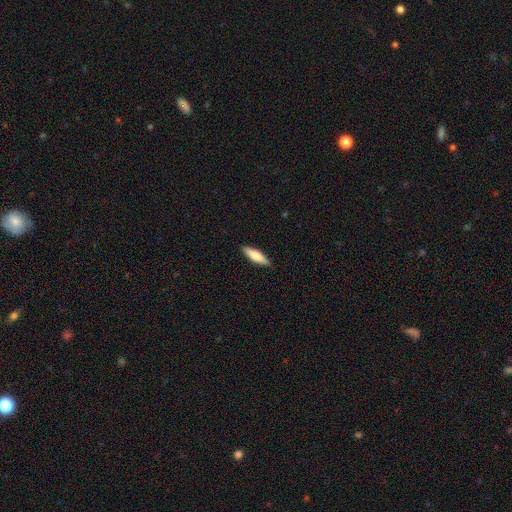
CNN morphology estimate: A smooth galaxy with no disk features (74%) that is cigar-shaped (64%).

Vote fractions:
- Smooth or featured? smooth: 74% / featured or disk: 21% / star or artifact: 5%
- How rounded? cigar-shaped: 64% / in between: 34% / round: 2%
- Merging? none: 89% / minor disturbance: 8% / major disturbance: 2% / merger: 1%